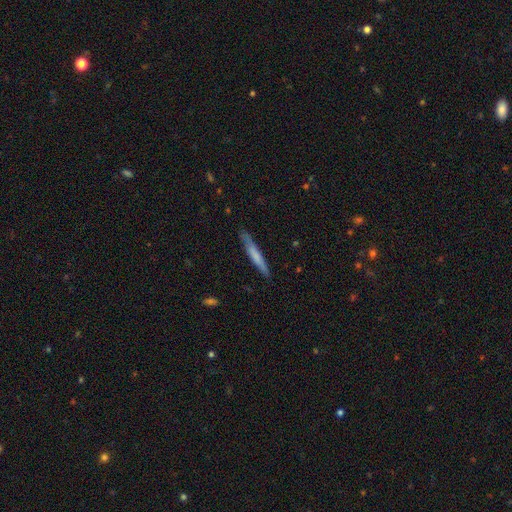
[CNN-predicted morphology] Overall: smooth (60%; featured or disk 34%). How rounded: cigar-shaped (95%). Merging: none (83%).